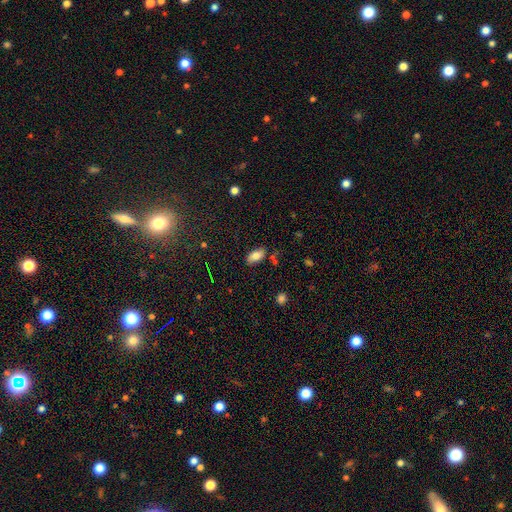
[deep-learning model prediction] Smooth or featured?
  - smooth: 79% *
  - featured or disk: 13%
  - star or artifact: 9%
How rounded?
  - in between: 92% *
  - cigar-shaped: 5%
  - round: 3%
Merging?
  - none: 80% *
  - minor disturbance: 14%
  - merger: 3%
  - major disturbance: 3%